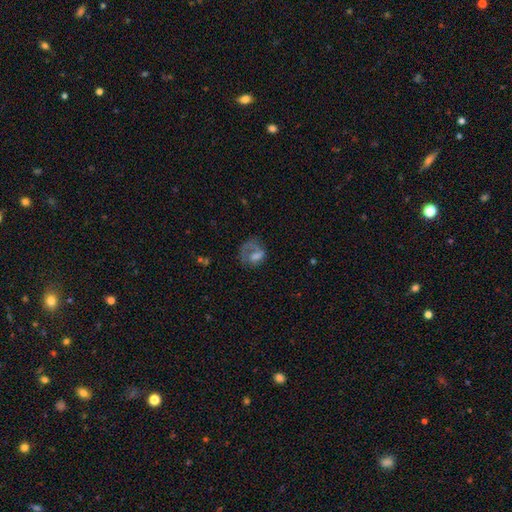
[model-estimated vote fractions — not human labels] Smooth or featured?
  - featured or disk: 45% *
  - smooth: 40%
  - star or artifact: 15%
Merging?
  - major disturbance: 39% *
  - none: 38%
  - minor disturbance: 18%
  - merger: 5%